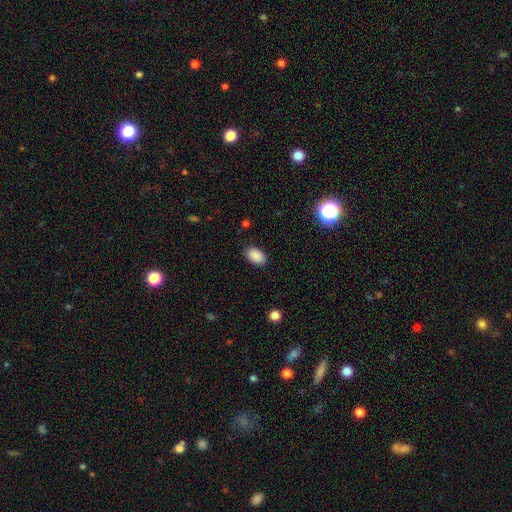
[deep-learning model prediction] smooth_or_featured: smooth (p=0.89) [alt: star or artifact p=0.08]
how_rounded: in between (p=0.90) [alt: round p=0.08]
merging: none (p=0.87) [alt: minor disturbance p=0.09]